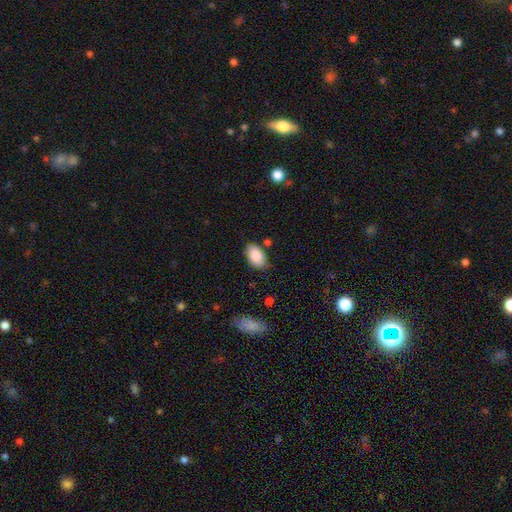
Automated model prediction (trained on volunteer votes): Smooth or featured: smooth — 88% (star or artifact — 7%)
How rounded: in between — 92% (round — 6%)
Merging: none — 77% (minor disturbance — 16%)